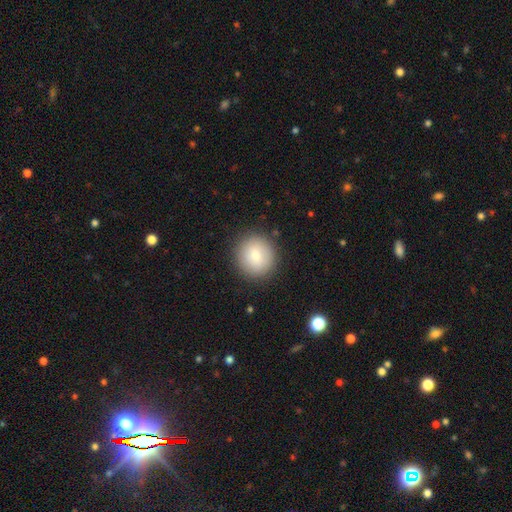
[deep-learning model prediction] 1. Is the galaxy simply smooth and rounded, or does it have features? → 80% smooth, 12% featured or disk, 8% star or artifact.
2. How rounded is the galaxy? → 92% round, 7% in between, 1% cigar-shaped.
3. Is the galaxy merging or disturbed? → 88% none, 8% minor disturbance, 3% major disturbance, 1% merger.